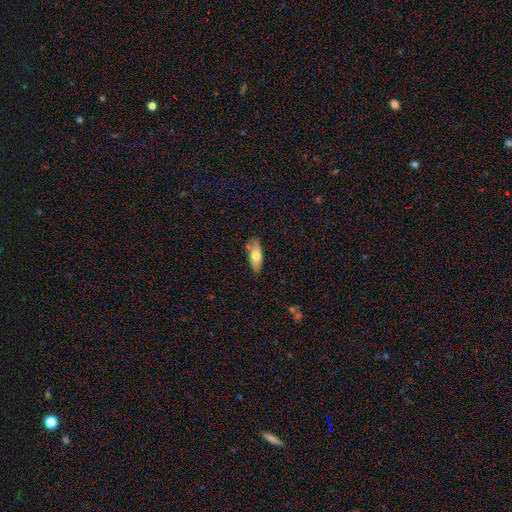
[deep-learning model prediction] smooth-or-featured: smooth: 68% | featured or disk: 26% | star or artifact: 6%
  how-rounded: in between: 75% | cigar-shaped: 22% | round: 2%
  merging: none: 77% | minor disturbance: 16% | merger: 4% | major disturbance: 3%